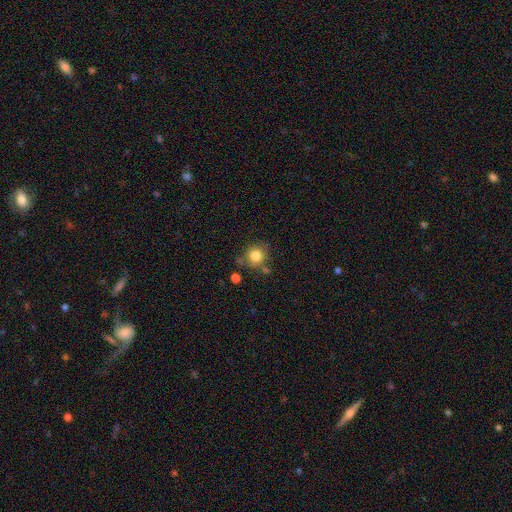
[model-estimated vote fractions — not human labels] Smooth or featured? smooth (82%)
How rounded? round (87%)
Merging? none (71%)